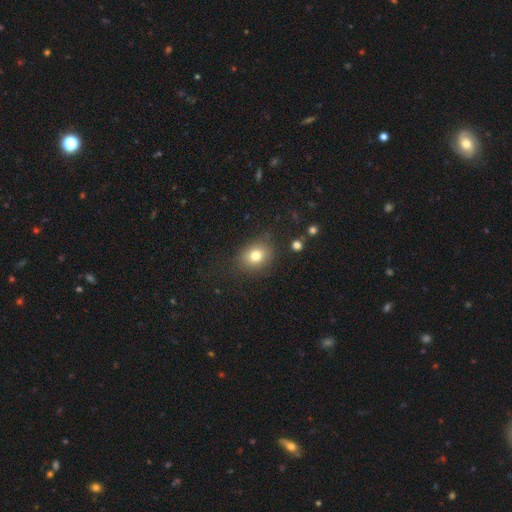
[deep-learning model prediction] A smooth galaxy with no disk features (79%) that is round (56%).

Vote fractions:
- Smooth or featured? smooth: 79% / star or artifact: 12% / featured or disk: 10%
- How rounded? round: 56% / in between: 43% / cigar-shaped: 1%
- Merging? none: 79% / minor disturbance: 15% / major disturbance: 5% / merger: 2%